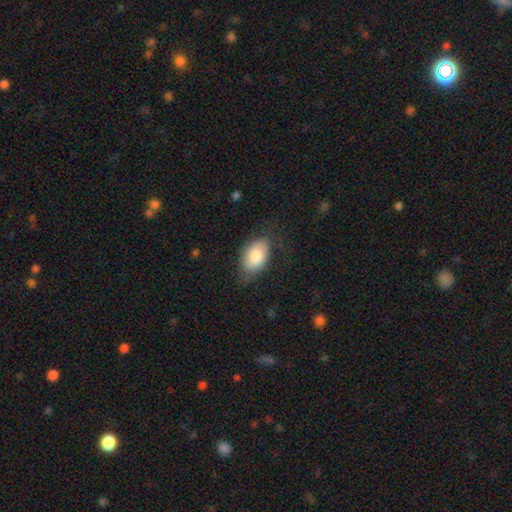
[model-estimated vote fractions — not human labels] Morphology: type=smooth (81%); roundness=in between (90%); merging=none (62%).